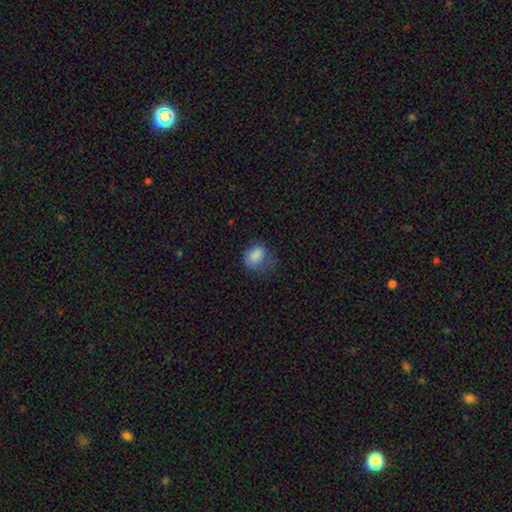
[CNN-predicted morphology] smooth_or_featured: smooth (p=0.83) [alt: star or artifact p=0.09]
how_rounded: in between (p=0.61) [alt: round p=0.37]
merging: none (p=0.48) [alt: minor disturbance p=0.30]